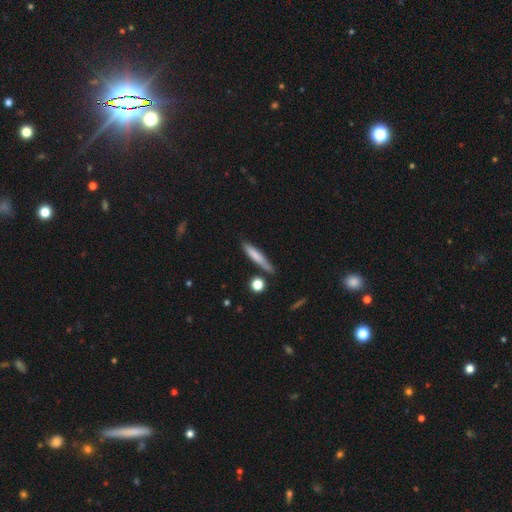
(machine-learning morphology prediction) Smooth or featured?
  - smooth: 71% *
  - featured or disk: 23%
  - star or artifact: 7%
How rounded?
  - cigar-shaped: 89% *
  - in between: 9%
  - round: 2%
Merging?
  - none: 75% *
  - minor disturbance: 17%
  - merger: 5%
  - major disturbance: 3%